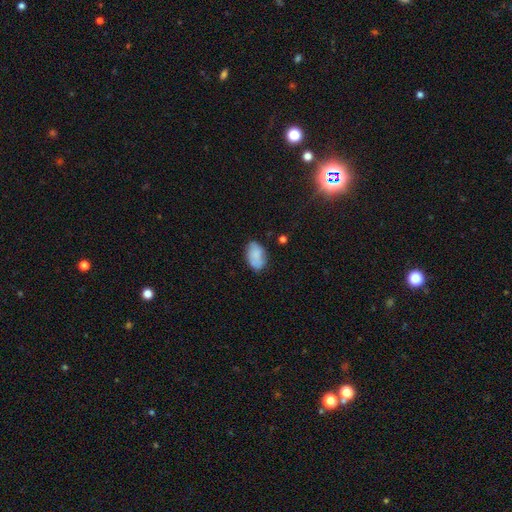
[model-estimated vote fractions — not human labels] This is likely a smooth galaxy (76%). How rounded: clearly in between (91%). Merging: likely none (66%).